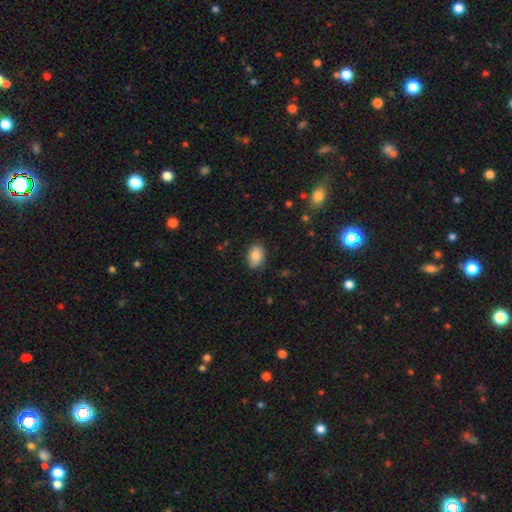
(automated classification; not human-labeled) This appears to be a smooth galaxy with no disk features (86%) that is in between round and cigar-shaped (87%). Merging: none (82%).